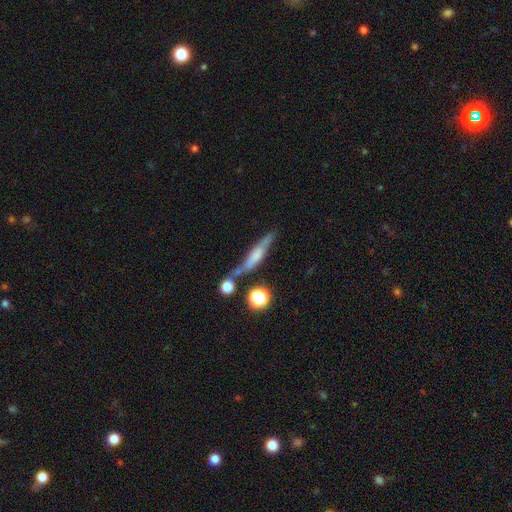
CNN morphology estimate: This is possibly a featured or disk galaxy (47%). Merging: possibly none (58%).